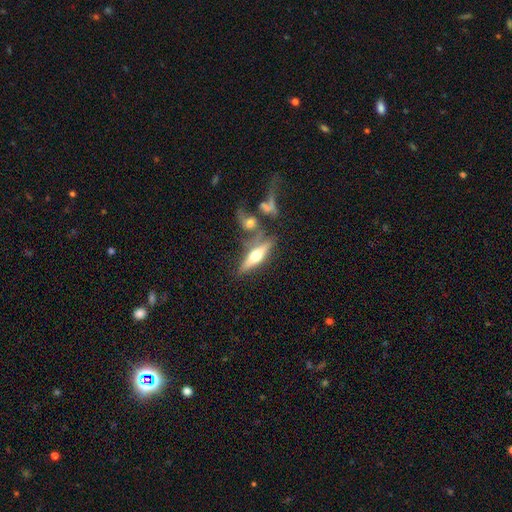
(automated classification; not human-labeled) Smooth or featured: featured or disk — 60% (smooth — 33%)
Edge-on disk: yes — 90% (no — 10%)
Edge-on bulge: rounded — 93% (boxy — 4%)
Merging: none — 55% (merger — 25%)